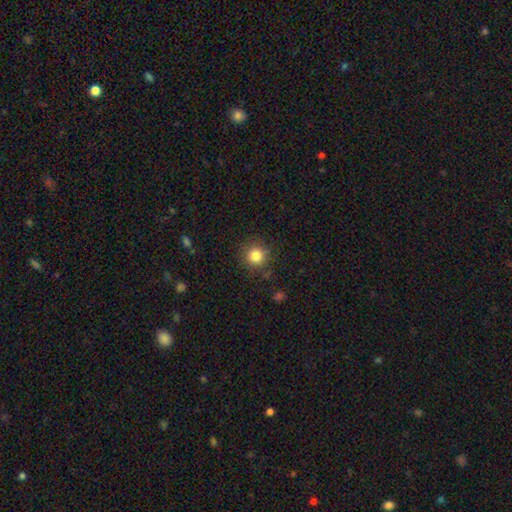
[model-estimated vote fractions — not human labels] A smooth galaxy with no disk features (83%) that is round (94%). Merging: none (86%).